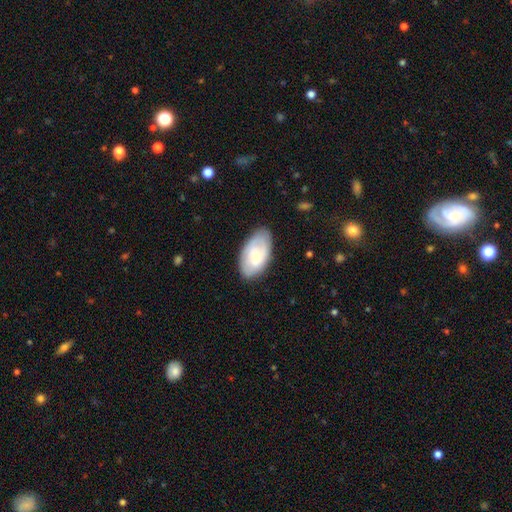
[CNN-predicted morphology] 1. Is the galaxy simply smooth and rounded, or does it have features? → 62% smooth, 32% featured or disk, 6% star or artifact.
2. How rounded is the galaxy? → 95% in between, 3% round, 2% cigar-shaped.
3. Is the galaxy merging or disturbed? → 79% none, 16% minor disturbance, 4% major disturbance, 1% merger.